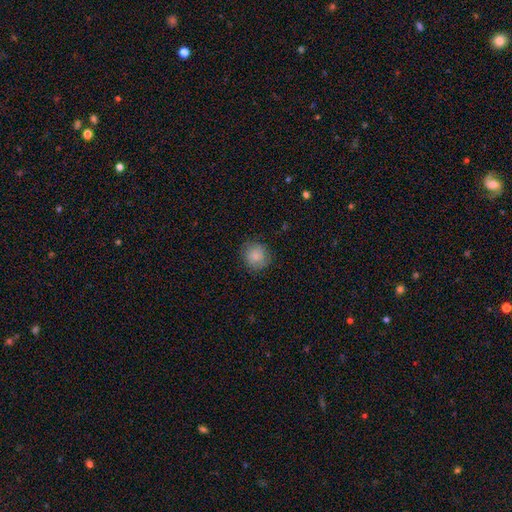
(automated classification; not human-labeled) The model was most divided on "merging": none: 83%, minor disturbance: 13%, major disturbance: 4%, merger: 1%. More confident: how rounded — round (89%); smooth or featured — smooth (83%).